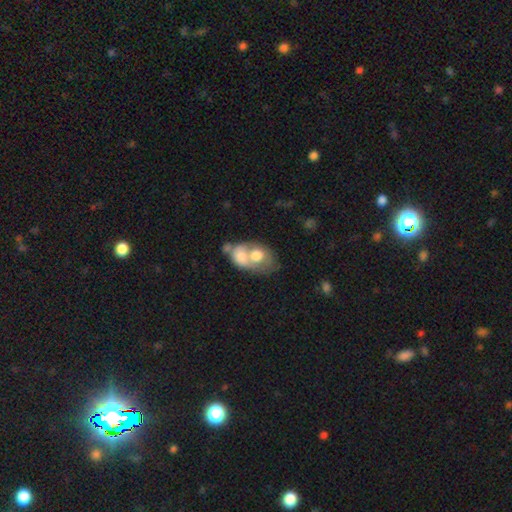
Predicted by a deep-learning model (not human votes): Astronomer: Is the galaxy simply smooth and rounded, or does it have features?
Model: smooth — 60%.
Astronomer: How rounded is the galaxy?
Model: in between — 65%.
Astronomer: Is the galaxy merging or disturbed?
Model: merger — 74%.